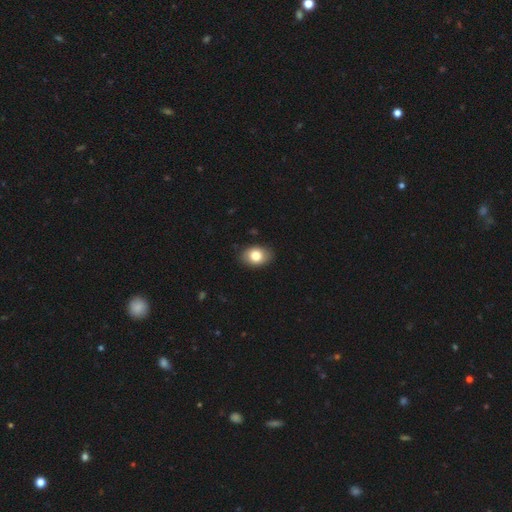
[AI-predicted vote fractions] A smooth galaxy with no disk features (81%) that is in between round and cigar-shaped (77%). Merging: none (86%).